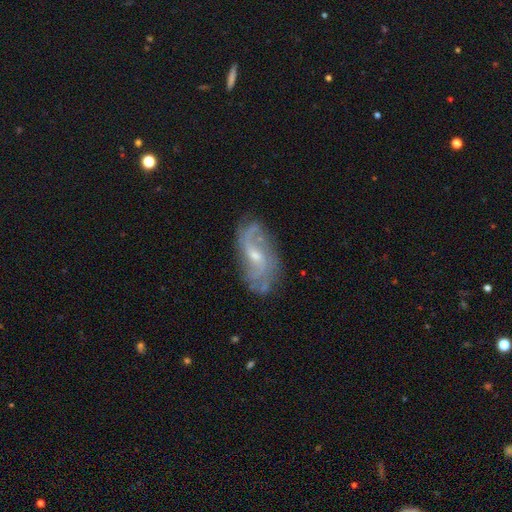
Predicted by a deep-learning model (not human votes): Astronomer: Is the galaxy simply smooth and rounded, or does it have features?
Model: featured or disk — 80%.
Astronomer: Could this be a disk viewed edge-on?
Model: no — 94%.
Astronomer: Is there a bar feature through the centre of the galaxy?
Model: weak — 51% (runner-up: no, 38%).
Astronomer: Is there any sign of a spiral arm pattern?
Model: yes — 90%.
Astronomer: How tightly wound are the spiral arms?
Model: loose — 44% (runner-up: medium, 37%).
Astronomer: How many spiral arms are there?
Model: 2 — 53%.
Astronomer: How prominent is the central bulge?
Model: small — 58% (runner-up: moderate, 37%).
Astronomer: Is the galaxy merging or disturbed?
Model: none — 69%.